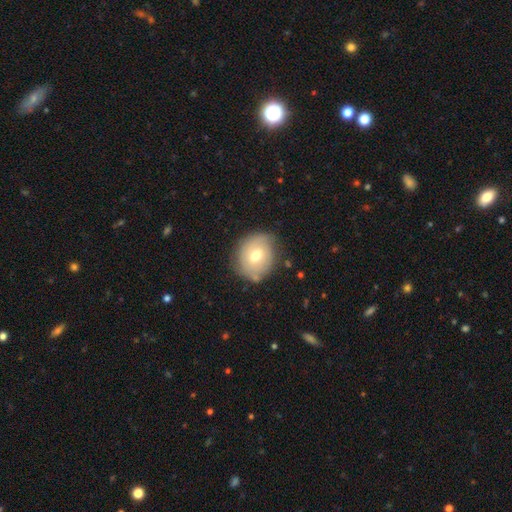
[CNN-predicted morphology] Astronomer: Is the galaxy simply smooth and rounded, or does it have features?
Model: smooth — 62%.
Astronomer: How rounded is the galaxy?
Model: round — 71%.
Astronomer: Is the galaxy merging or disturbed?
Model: none — 75%.